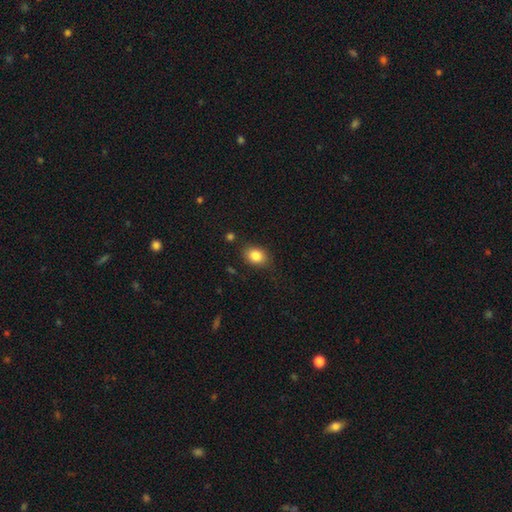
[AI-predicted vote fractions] This appears to be a smooth galaxy with no disk features (84%) that is in between round and cigar-shaped (67%). Merging: none (81%).